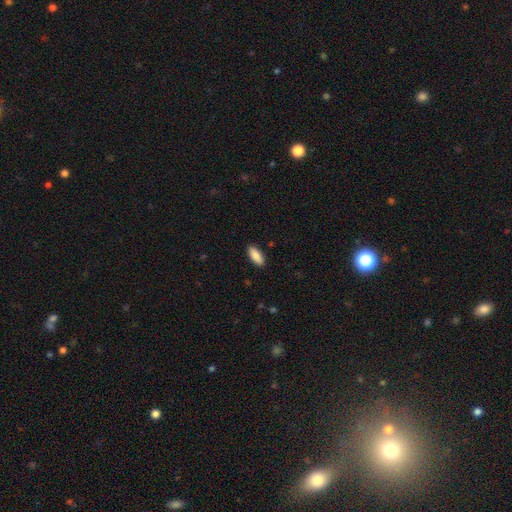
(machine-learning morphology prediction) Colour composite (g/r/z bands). It shows a smooth galaxy with no disk features (88%) that is in between round and cigar-shaped (81%). Merging: none (90%).